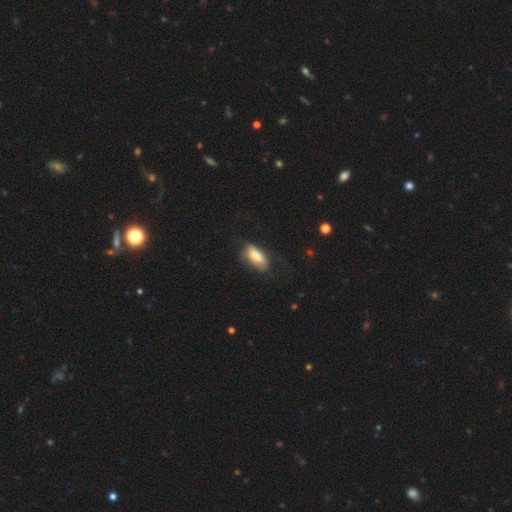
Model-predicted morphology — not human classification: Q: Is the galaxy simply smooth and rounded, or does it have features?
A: smooth — 77%.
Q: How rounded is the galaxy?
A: in between — 83%.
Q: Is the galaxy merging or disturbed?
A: none — 63%.